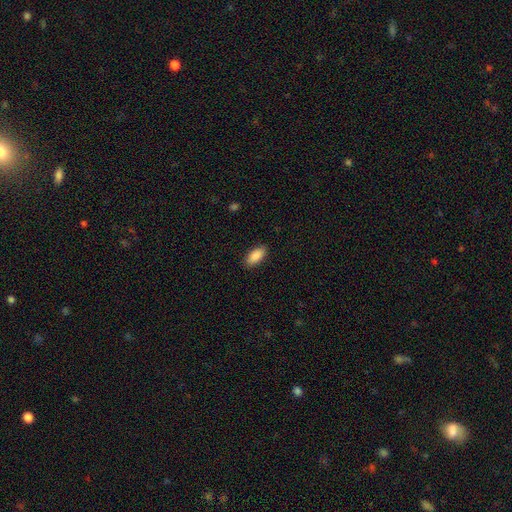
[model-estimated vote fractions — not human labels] smooth-or-featured: smooth: 89% | star or artifact: 6% | featured or disk: 5%
  how-rounded: in between: 90% | cigar-shaped: 8% | round: 2%
  merging: none: 88% | minor disturbance: 9% | major disturbance: 2% | merger: 1%